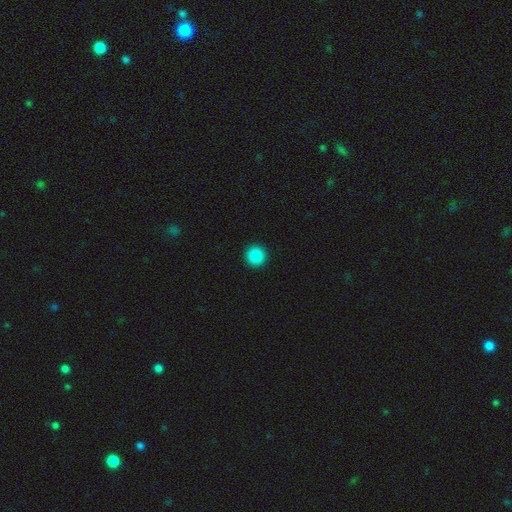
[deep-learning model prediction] Smooth or featured?
  - smooth: 86% *
  - star or artifact: 10%
  - featured or disk: 4%
How rounded?
  - round: 94% *
  - in between: 5%
  - cigar-shaped: 1%
Merging?
  - none: 93% *
  - minor disturbance: 4%
  - major disturbance: 1%
  - merger: 1%